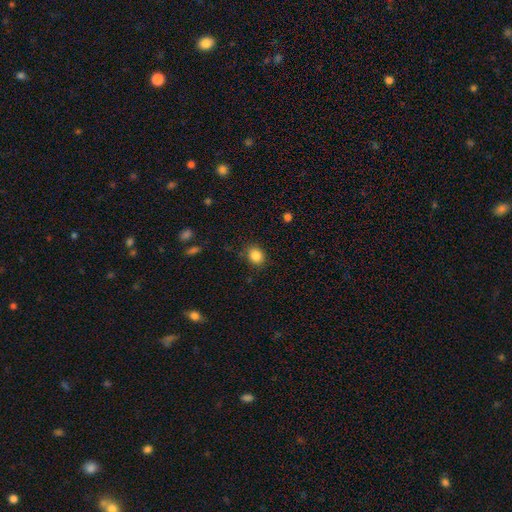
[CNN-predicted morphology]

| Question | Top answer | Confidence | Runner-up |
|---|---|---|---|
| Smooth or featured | smooth | 85% | star or artifact (10%) |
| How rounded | round | 67% | in between (32%) |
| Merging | none | 85% | minor disturbance (11%) |